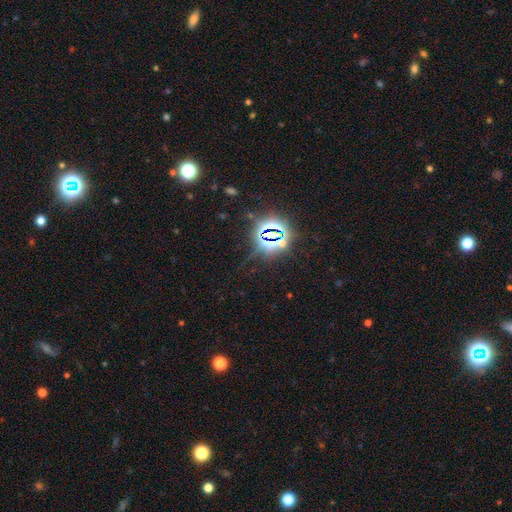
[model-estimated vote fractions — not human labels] This is clearly a star or artifact rather than a galaxy (82%).